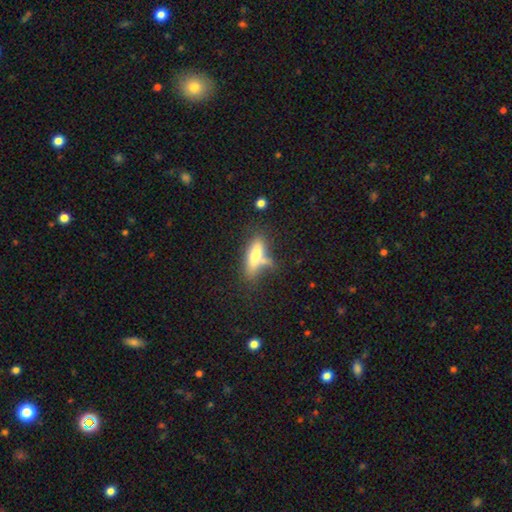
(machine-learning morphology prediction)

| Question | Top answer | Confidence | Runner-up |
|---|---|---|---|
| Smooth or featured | smooth | 70% | featured or disk (22%) |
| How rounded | in between | 55% | cigar-shaped (42%) |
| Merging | none | 49% | minor disturbance (21%) |